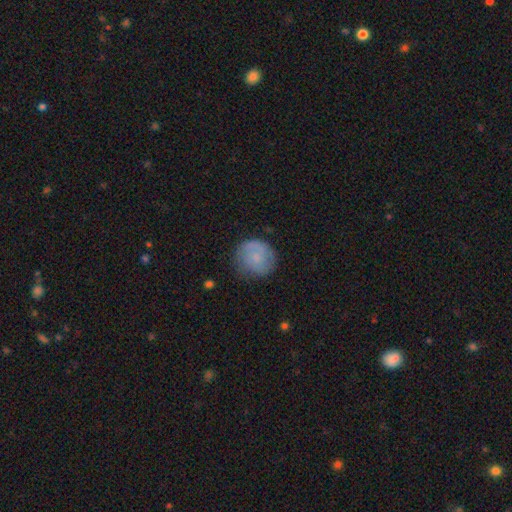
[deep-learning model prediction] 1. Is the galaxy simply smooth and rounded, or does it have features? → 59% smooth, 33% featured or disk, 8% star or artifact.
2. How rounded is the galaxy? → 87% round, 12% in between, 1% cigar-shaped.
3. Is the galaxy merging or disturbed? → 70% none, 21% minor disturbance, 8% major disturbance, 1% merger.